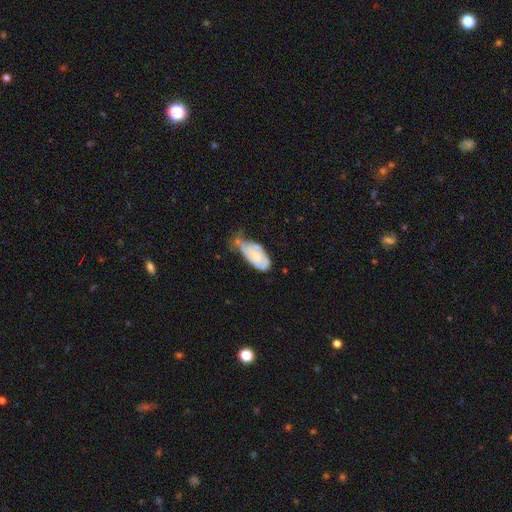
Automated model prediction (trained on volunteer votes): A featured or disk galaxy (50%).

Vote fractions:
- Smooth or featured? featured or disk: 50% / smooth: 43% / star or artifact: 7%
- Edge-on disk? no: 94% / yes: 6%
- Merging? minor disturbance: 41% / major disturbance: 28% / none: 21% / merger: 10%